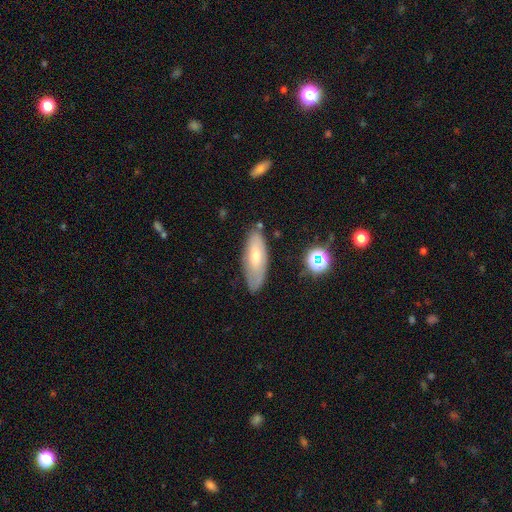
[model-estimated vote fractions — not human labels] A smooth galaxy with no disk features (56%) that is in between round and cigar-shaped (67%). Merging: none (71%).